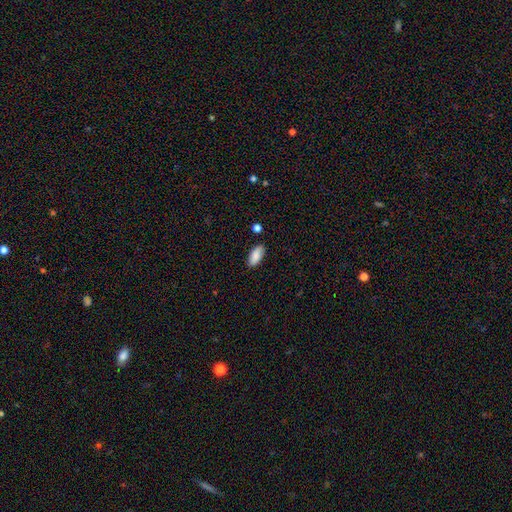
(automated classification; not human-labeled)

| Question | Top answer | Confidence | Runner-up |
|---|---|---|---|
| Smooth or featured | smooth | 86% | featured or disk (8%) |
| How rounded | in between | 88% | cigar-shaped (10%) |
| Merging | none | 84% | minor disturbance (11%) |